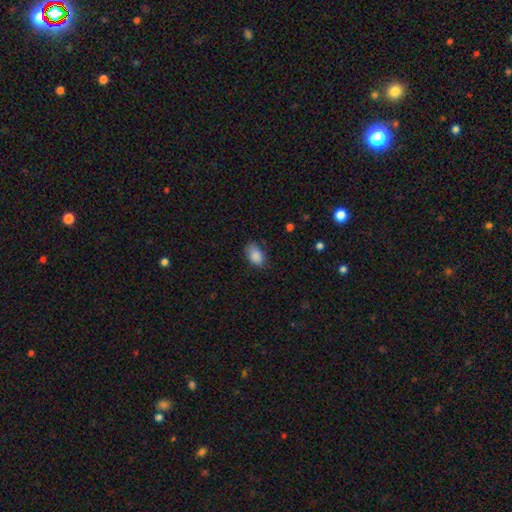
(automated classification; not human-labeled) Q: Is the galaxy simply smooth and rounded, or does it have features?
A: smooth — 88%.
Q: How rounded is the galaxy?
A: in between — 89%.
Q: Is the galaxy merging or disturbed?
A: none — 70%.